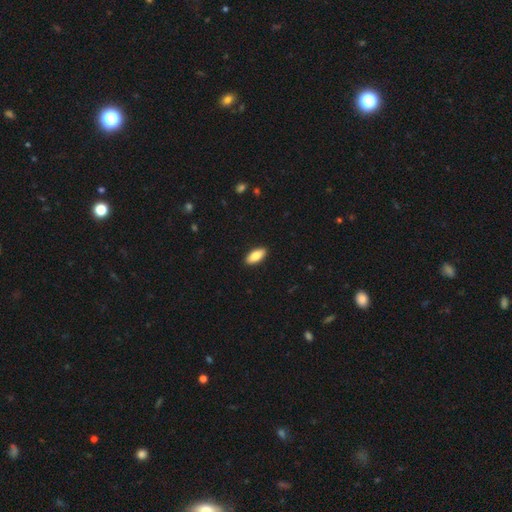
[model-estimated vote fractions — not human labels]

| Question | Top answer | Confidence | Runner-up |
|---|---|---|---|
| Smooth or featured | smooth | 84% | featured or disk (10%) |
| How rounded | in between | 87% | cigar-shaped (11%) |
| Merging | none | 91% | minor disturbance (7%) |